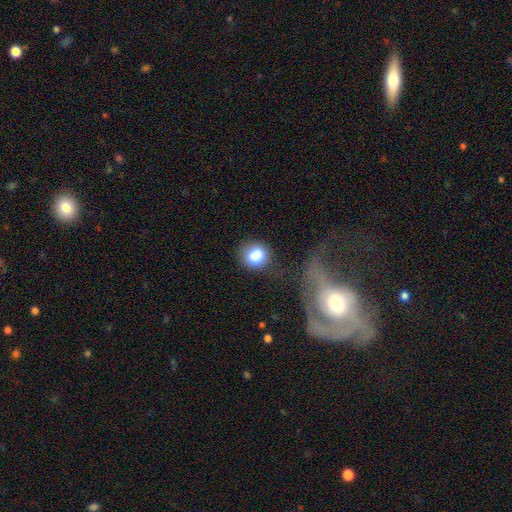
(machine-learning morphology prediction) type=smooth (85%); roundness=round (80%); merging=none (68%).